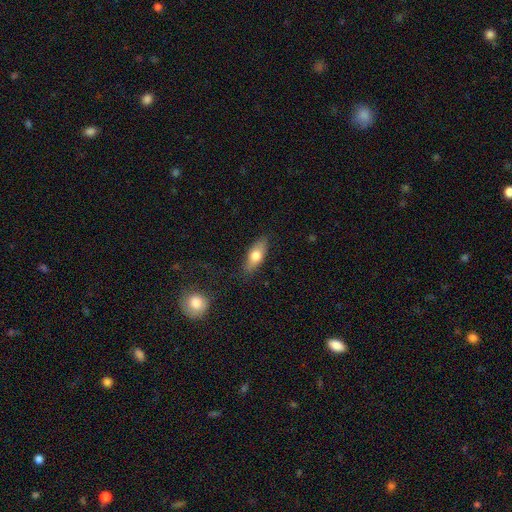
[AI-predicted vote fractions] A smooth galaxy with no disk features (69%) that is in between round and cigar-shaped (75%). Merging: none (83%).